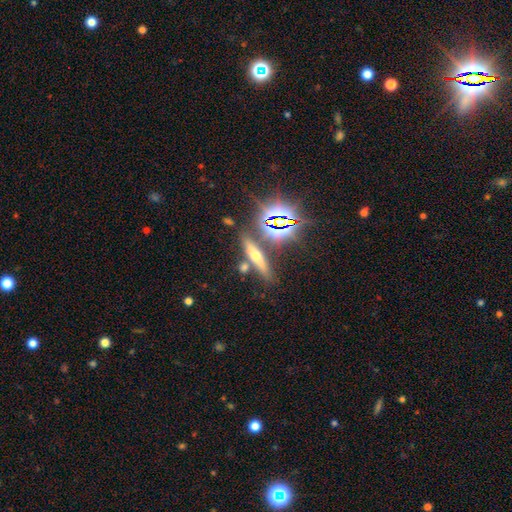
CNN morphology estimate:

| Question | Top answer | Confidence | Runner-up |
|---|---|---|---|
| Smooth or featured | featured or disk | 38% | smooth (35%) |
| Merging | none | 75% | merger (11%) |